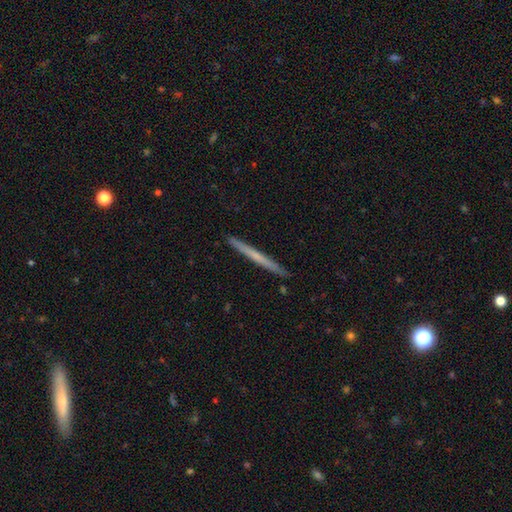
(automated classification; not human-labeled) This appears to be a featured or disk galaxy (48%). Merging: none (92%).